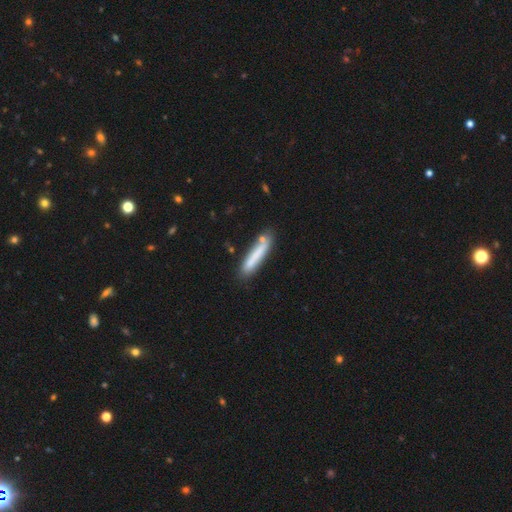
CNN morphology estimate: smooth-or-featured: smooth: 74% | featured or disk: 19% | star or artifact: 7%
  how-rounded: cigar-shaped: 90% | in between: 9% | round: 1%
  merging: none: 75% | minor disturbance: 15% | merger: 7% | major disturbance: 3%